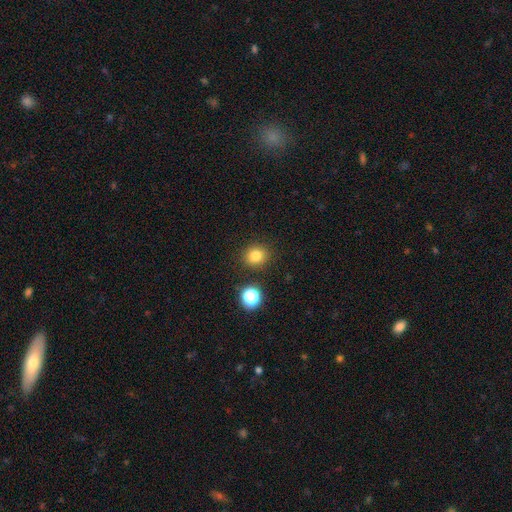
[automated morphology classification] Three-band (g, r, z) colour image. It shows a smooth galaxy with no disk features (80%) that is round (83%). Merging: none (86%).